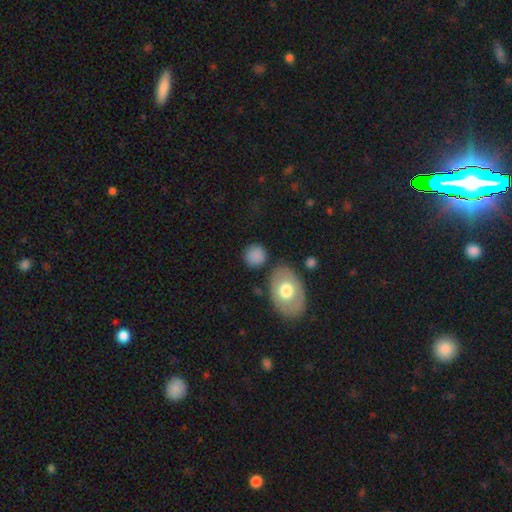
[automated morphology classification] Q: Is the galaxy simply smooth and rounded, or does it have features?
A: smooth — 83%.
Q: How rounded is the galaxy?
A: round — 77%.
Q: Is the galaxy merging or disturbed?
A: none — 79%.